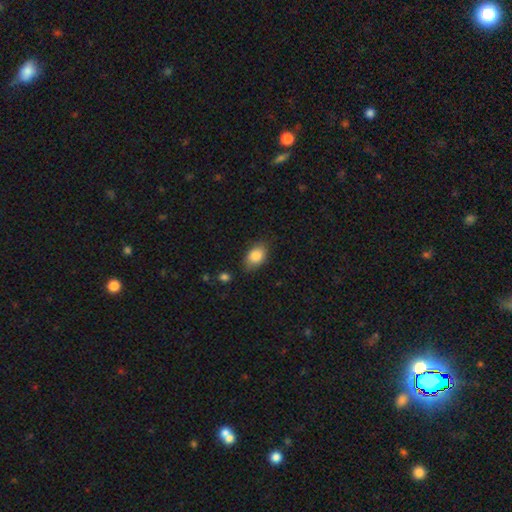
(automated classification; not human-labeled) smooth 86%, star or artifact 7%, featured or disk 7%. Down the decision tree: how rounded — in between (86%); merging — none (77%).